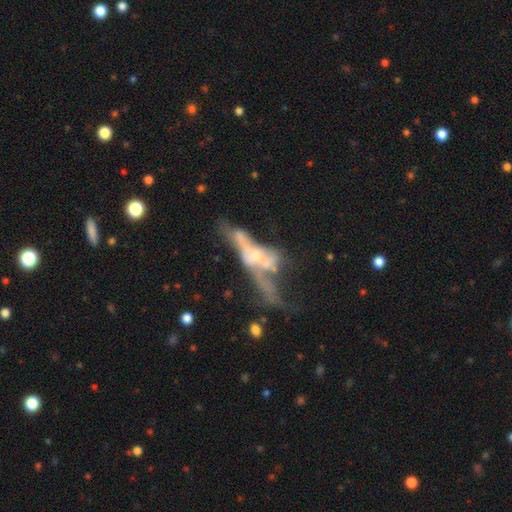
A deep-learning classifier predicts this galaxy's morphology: Q: Smooth or featured?
A: featured or disk (67%); runner-up: smooth (21%)
Q: Edge-on disk?
A: no (74%); runner-up: yes (26%)
Q: Merging?
A: merger (43%); runner-up: major disturbance (32%)